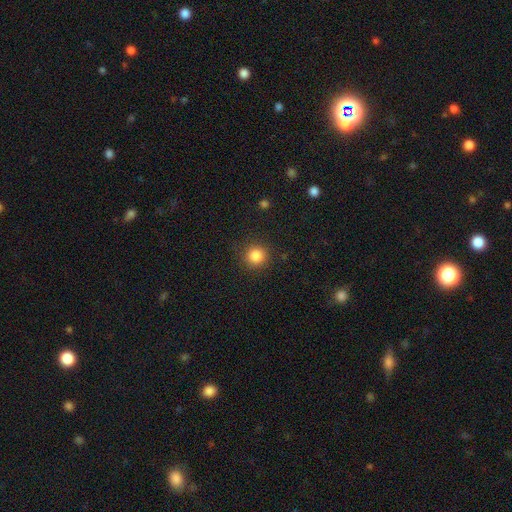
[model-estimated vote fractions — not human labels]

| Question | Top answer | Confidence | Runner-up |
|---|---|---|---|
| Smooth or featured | smooth | 85% | star or artifact (11%) |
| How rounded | round | 93% | in between (6%) |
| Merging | none | 88% | minor disturbance (8%) |